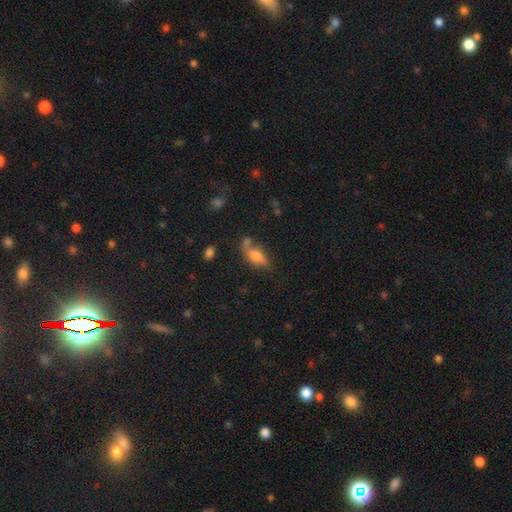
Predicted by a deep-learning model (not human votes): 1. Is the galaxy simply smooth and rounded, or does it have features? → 63% smooth, 27% featured or disk, 9% star or artifact.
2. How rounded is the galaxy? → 76% in between, 19% cigar-shaped, 5% round.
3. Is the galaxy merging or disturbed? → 50% none, 24% minor disturbance, 16% merger, 10% major disturbance.